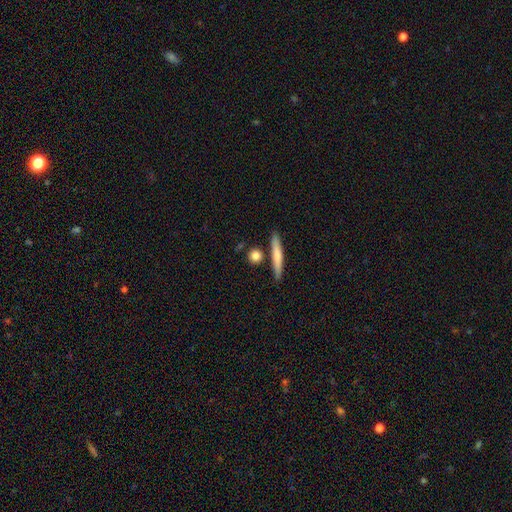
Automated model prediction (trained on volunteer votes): Q: Smooth or featured?
A: smooth (78%); runner-up: featured or disk (15%)
Q: How rounded?
A: round (57%); runner-up: cigar-shaped (28%)
Q: Merging?
A: none (79%); runner-up: minor disturbance (9%)